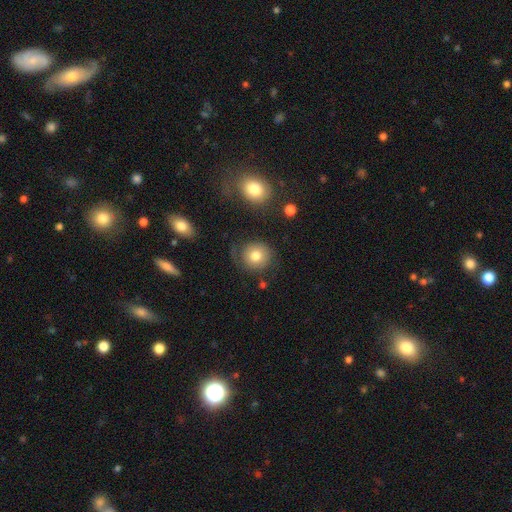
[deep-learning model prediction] smooth-or-featured: smooth: 76% | featured or disk: 14% | star or artifact: 9%
  how-rounded: round: 88% | in between: 11% | cigar-shaped: 1%
  merging: none: 71% | minor disturbance: 15% | major disturbance: 9% | merger: 4%